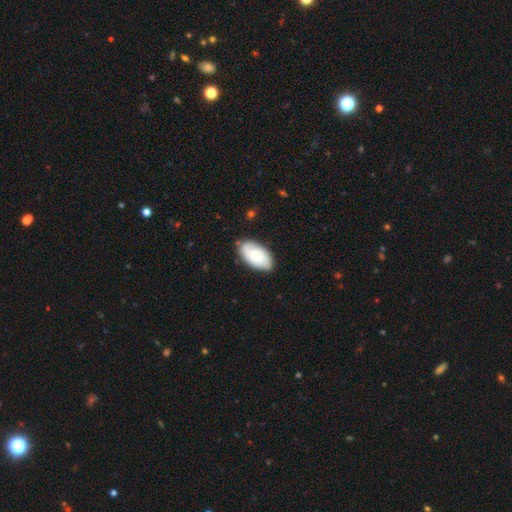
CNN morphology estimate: Smooth or featured? Predicted: smooth (p=0.60). How rounded? Predicted: in between (p=0.95). Merging? Predicted: none (p=0.80).